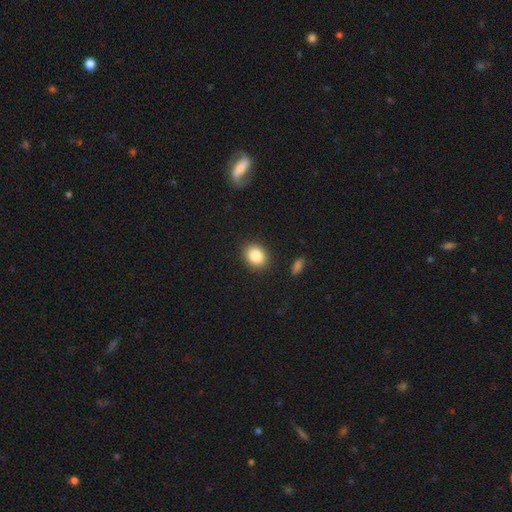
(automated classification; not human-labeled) Smooth or featured? Predicted: smooth (p=0.86). How rounded? Predicted: round (p=0.50). Merging? Predicted: none (p=0.88).